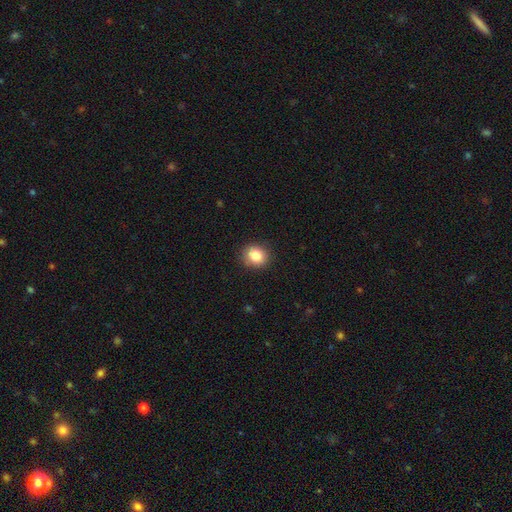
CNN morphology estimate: Q: Smooth or featured?
A: smooth (84%); runner-up: star or artifact (10%)
Q: How rounded?
A: round (73%); runner-up: in between (26%)
Q: Merging?
A: none (89%); runner-up: minor disturbance (8%)